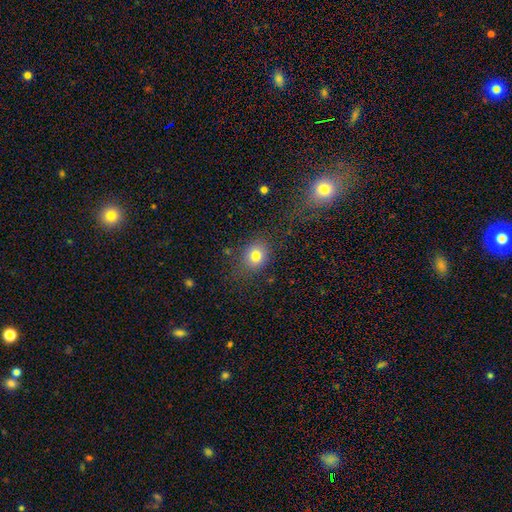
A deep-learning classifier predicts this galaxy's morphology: This appears to be a smooth galaxy with no disk features (79%) that is round (66%). Merging: none (76%).